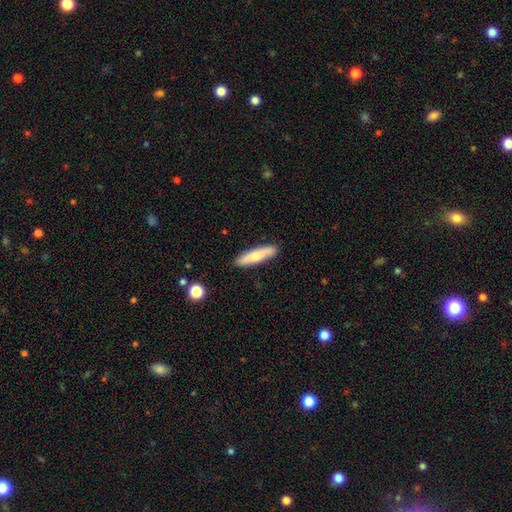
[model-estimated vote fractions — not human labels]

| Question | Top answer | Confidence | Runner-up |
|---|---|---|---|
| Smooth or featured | smooth | 66% | featured or disk (28%) |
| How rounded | cigar-shaped | 79% | in between (19%) |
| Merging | none | 86% | minor disturbance (10%) |